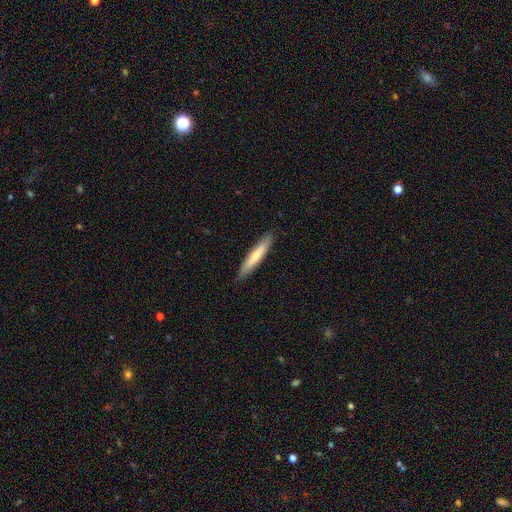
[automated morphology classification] smooth 60%, featured or disk 35%, star or artifact 5%. Down the decision tree: how rounded — cigar-shaped (91%); merging — none (89%).